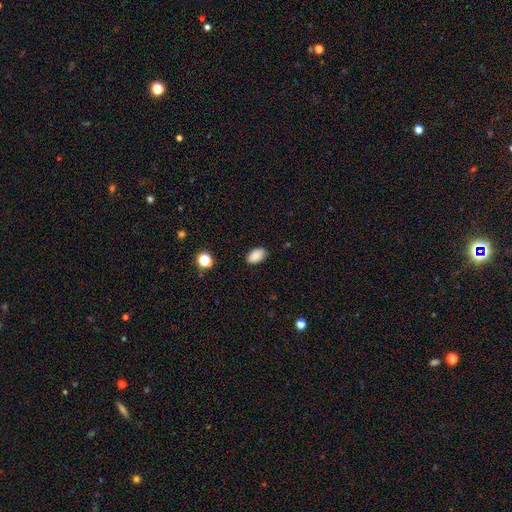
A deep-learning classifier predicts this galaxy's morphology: Overall: smooth (87%). How rounded: in between (91%). Merging: none (83%).